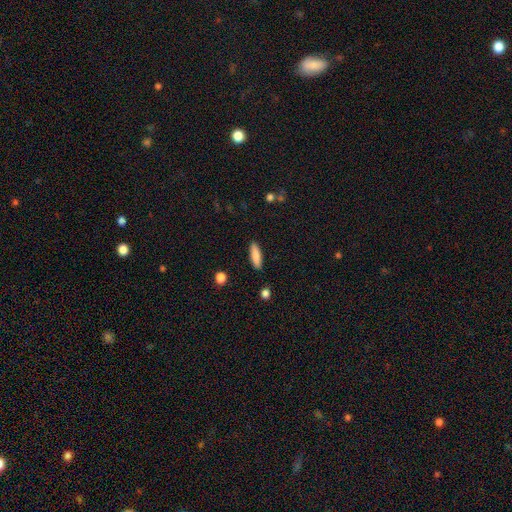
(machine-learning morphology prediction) Smooth or featured? Predicted: smooth (p=0.85). How rounded? Predicted: cigar-shaped (p=0.60). Merging? Predicted: none (p=0.89).